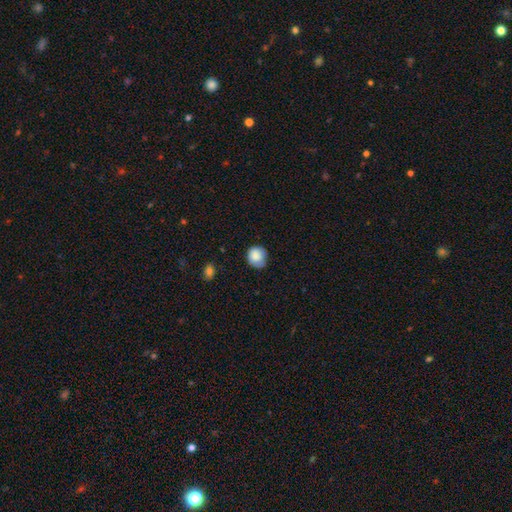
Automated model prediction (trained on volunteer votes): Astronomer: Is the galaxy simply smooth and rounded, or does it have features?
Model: smooth — 85%.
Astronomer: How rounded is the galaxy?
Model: round — 79%.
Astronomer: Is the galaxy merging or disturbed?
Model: none — 61%.